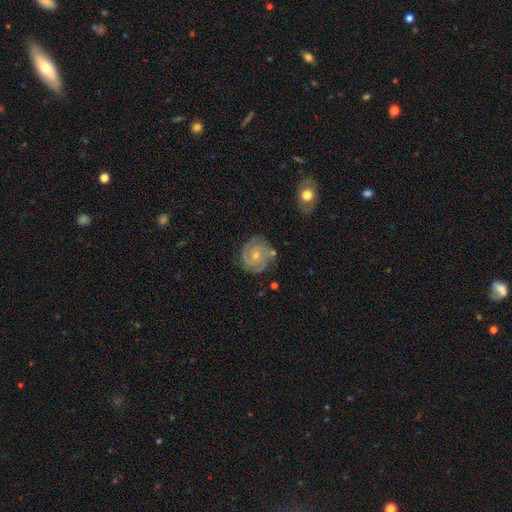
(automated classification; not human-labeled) smooth_or_featured: featured or disk (p=0.84) [alt: smooth p=0.10]
disk_edge_on: no (p=0.98) [alt: yes p=0.02]
bar: no (p=0.73) [alt: weak p=0.23]
has_spiral_arms: yes (p=0.97) [alt: no p=0.03]
spiral_winding: tight (p=0.74) [alt: medium p=0.22]
spiral_arm_count: 3 (p=0.36) [alt: 2 p=0.29]
bulge_size: small (p=0.63) [alt: moderate p=0.33]
merging: none (p=0.74) [alt: minor disturbance p=0.17]